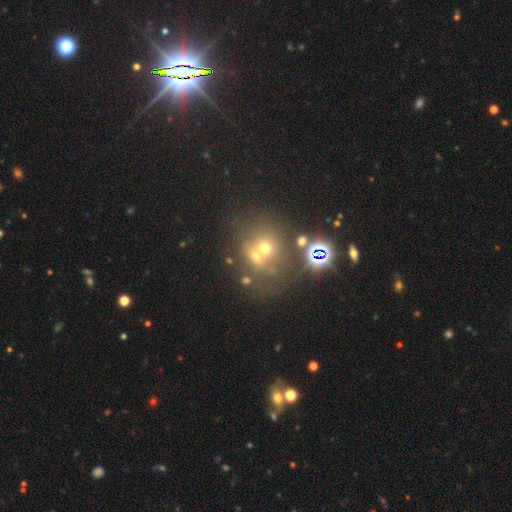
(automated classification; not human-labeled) The model was most divided on "merging": merger: 45%, none: 39%, minor disturbance: 9%, major disturbance: 7%. More confident: how rounded — round (72%); smooth or featured — smooth (51%).